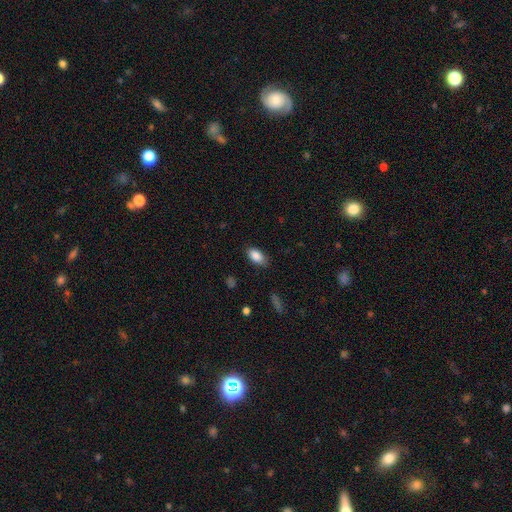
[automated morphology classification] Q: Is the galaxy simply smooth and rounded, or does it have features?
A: smooth — 87%.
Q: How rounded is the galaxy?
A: in between — 92%.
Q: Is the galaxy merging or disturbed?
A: none — 83%.